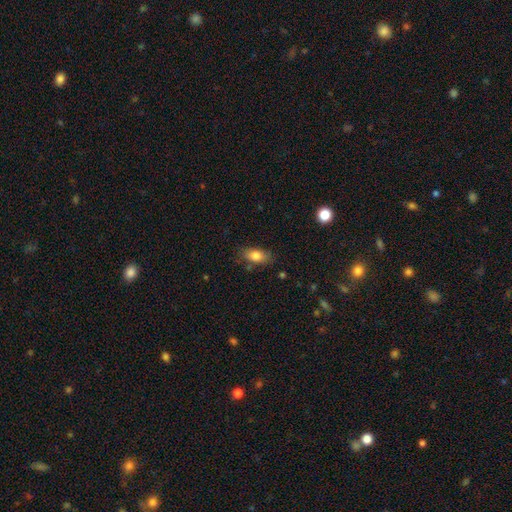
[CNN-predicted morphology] Smooth or featured: smooth — 81% (featured or disk — 11%)
How rounded: in between — 87% (cigar-shaped — 7%)
Merging: none — 78% (minor disturbance — 16%)